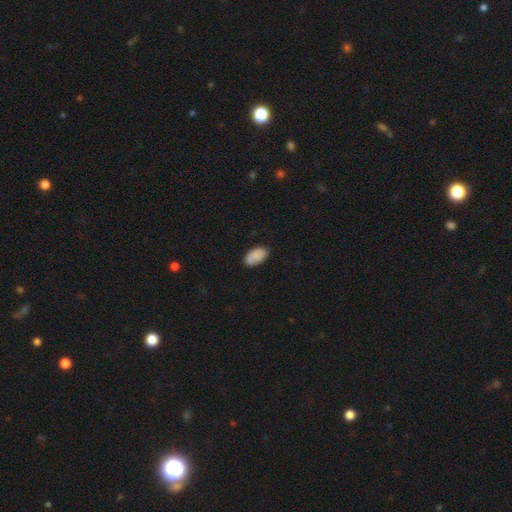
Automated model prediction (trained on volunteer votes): Smooth or featured? Predicted: smooth (p=0.86). How rounded? Predicted: in between (p=0.95). Merging? Predicted: none (p=0.76).